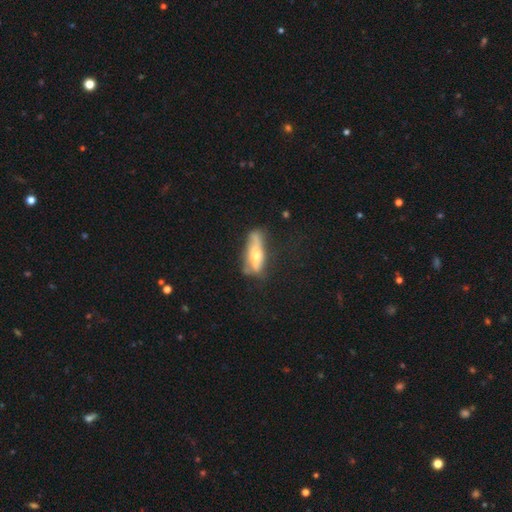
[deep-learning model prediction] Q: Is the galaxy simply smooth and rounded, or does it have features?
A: featured or disk — 50%.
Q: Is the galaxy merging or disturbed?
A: none — 50%.